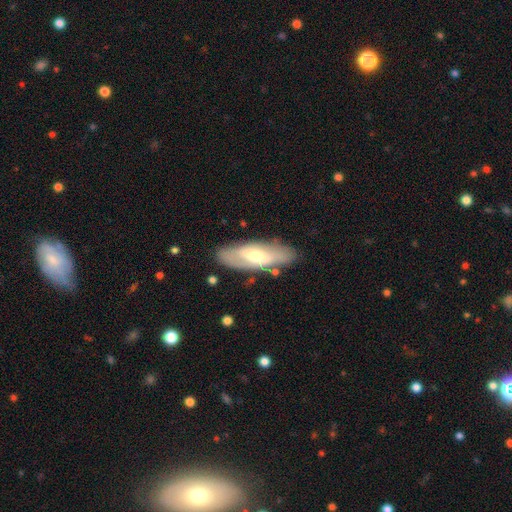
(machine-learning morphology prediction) Smooth or featured: featured or disk — 50% (smooth — 44%)
Edge-on disk: no — 65% (yes — 35%)
Merging: none — 81% (minor disturbance — 13%)